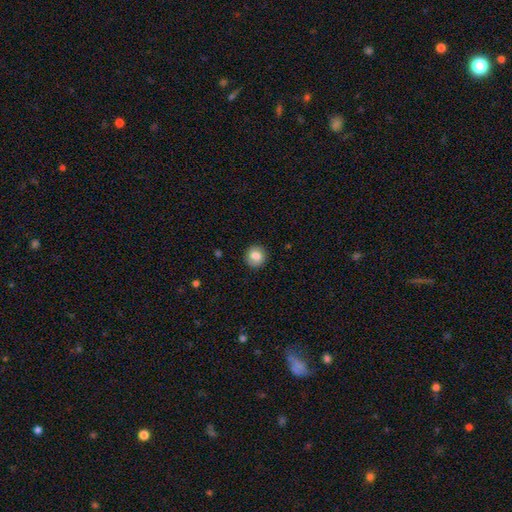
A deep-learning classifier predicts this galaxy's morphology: The model was most divided on "smooth or featured": smooth: 83%, star or artifact: 9%, featured or disk: 8%. More confident: merging — none (91%); how rounded — round (91%).